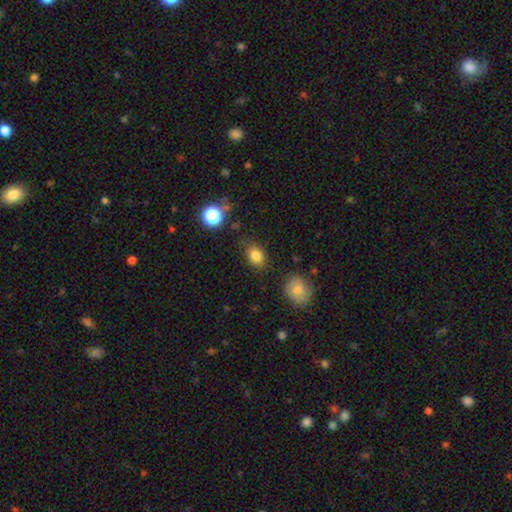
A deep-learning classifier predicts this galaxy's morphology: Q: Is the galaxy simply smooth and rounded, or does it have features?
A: smooth — 83%.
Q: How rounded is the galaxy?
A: in between — 70%.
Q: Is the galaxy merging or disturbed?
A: none — 76%.